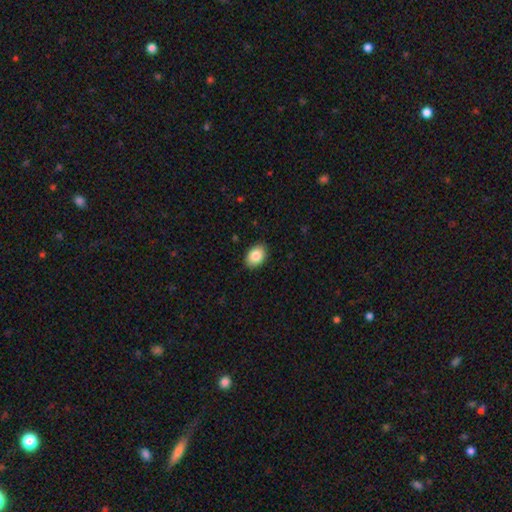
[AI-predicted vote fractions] The model was most divided on "how rounded": in between: 83%, round: 16%, cigar-shaped: 1%. More confident: merging — none (89%); smooth or featured — smooth (86%).